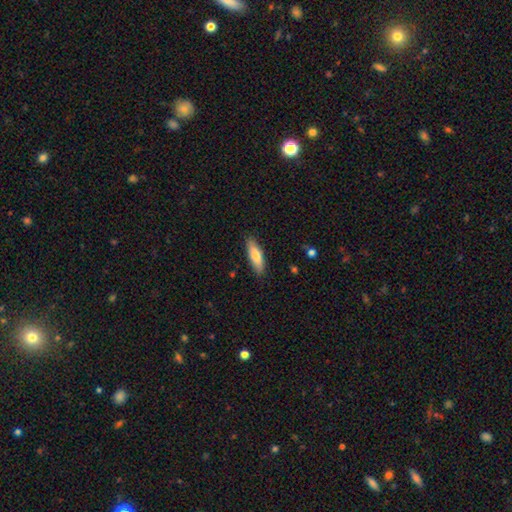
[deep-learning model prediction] A smooth galaxy with no disk features (76%) that is cigar-shaped (51%). Merging: none (86%).